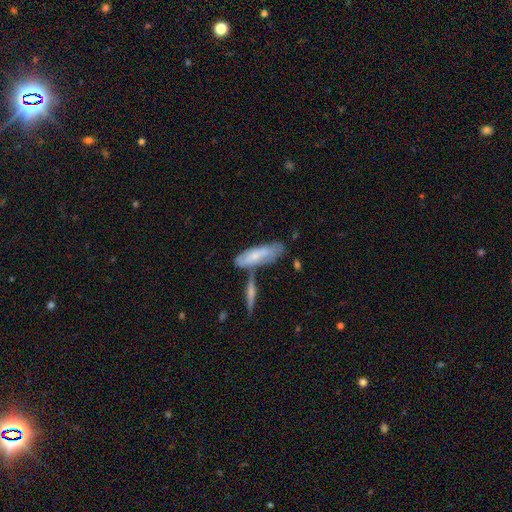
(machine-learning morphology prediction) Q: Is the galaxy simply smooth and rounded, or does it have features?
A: smooth — 56%.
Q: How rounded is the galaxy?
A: in between — 49%, tied with cigar-shaped.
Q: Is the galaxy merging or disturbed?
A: none — 43%.